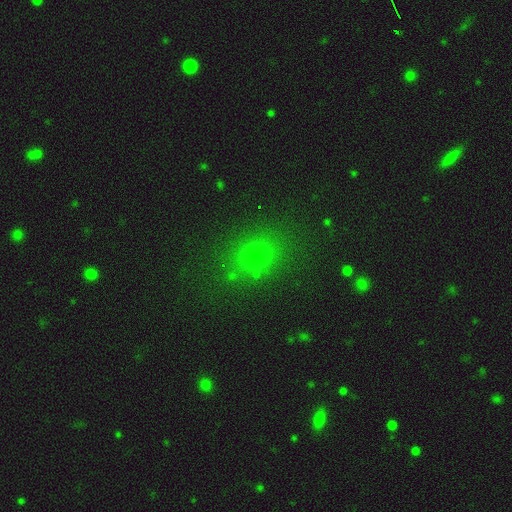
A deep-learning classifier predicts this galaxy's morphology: Smooth or featured: smooth — 66% (star or artifact — 24%)
How rounded: round — 65% (in between — 33%)
Merging: none — 83% (minor disturbance — 11%)